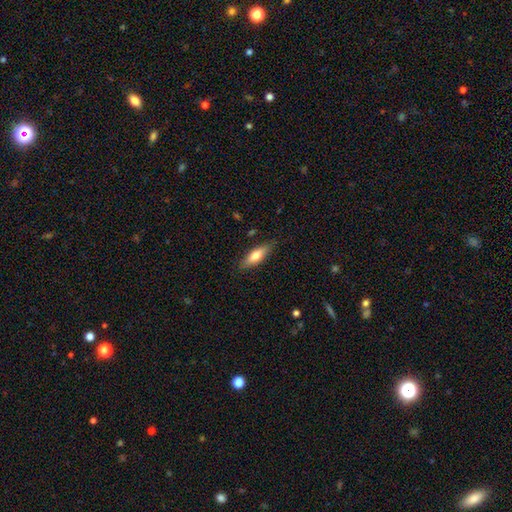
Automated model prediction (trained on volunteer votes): A smooth galaxy with no disk features (68%) that is in between round and cigar-shaped (53%).

Vote fractions:
- Smooth or featured? smooth: 68% / featured or disk: 25% / star or artifact: 6%
- How rounded? in between: 53% / cigar-shaped: 45% / round: 2%
- Merging? none: 84% / minor disturbance: 12% / major disturbance: 2% / merger: 1%